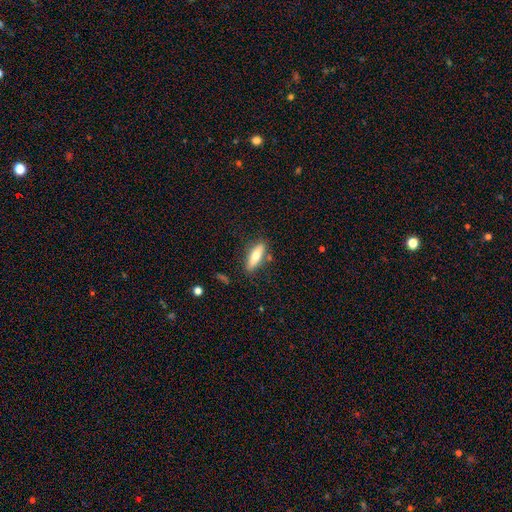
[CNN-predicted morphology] This is likely a smooth galaxy (65%). How rounded: possibly cigar-shaped (54%). Merging: clearly none (82%).